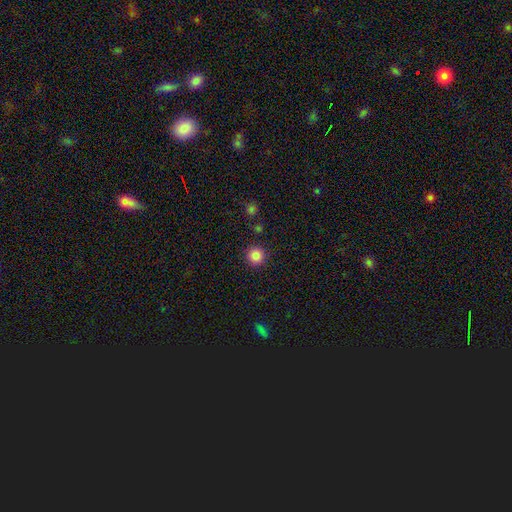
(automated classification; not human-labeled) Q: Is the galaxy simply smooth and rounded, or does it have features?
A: smooth — 86%.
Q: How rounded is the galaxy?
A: round — 95%.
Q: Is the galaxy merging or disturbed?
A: none — 91%.